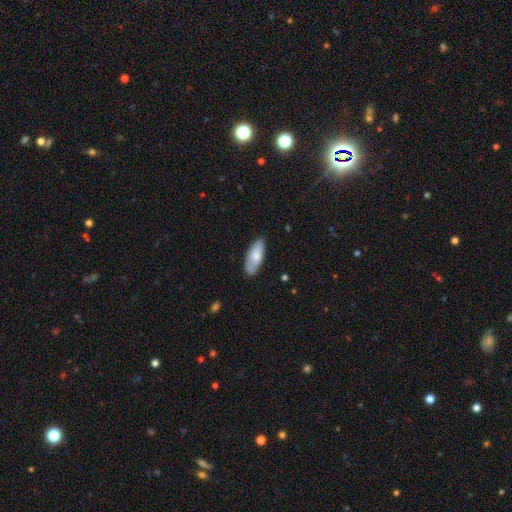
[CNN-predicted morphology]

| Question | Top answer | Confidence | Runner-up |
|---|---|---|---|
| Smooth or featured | smooth | 76% | featured or disk (18%) |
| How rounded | in between | 76% | cigar-shaped (22%) |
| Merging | none | 79% | minor disturbance (16%) |